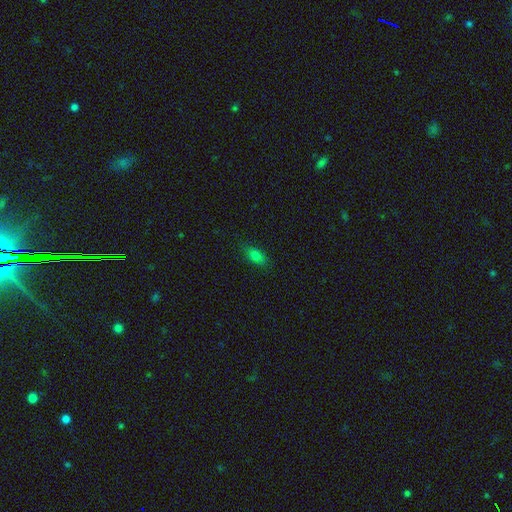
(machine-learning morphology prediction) smooth_or_featured: smooth (p=0.78) [alt: star or artifact p=0.14]
how_rounded: in between (p=0.84) [alt: cigar-shaped p=0.11]
merging: none (p=0.78) [alt: minor disturbance p=0.17]